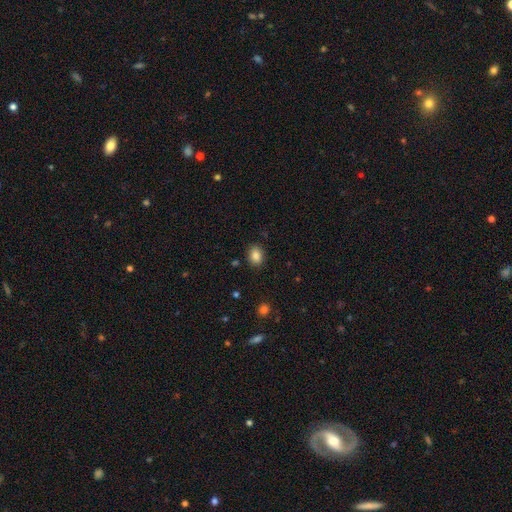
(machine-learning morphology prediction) smooth_or_featured: smooth (p=0.85) [alt: star or artifact p=0.10]
how_rounded: in between (p=0.65) [alt: round p=0.34]
merging: none (p=0.87) [alt: minor disturbance p=0.09]